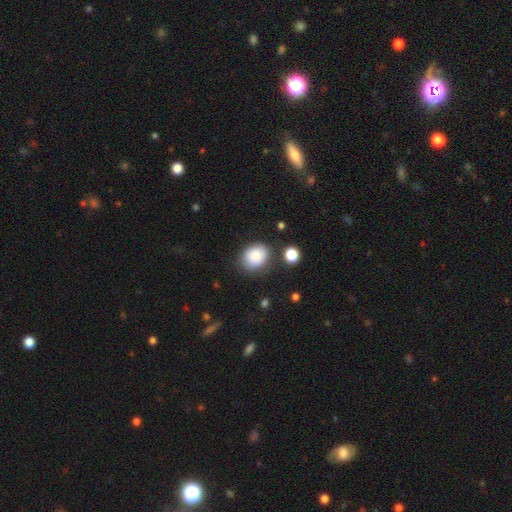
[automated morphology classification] smooth 81%, featured or disk 10%, star or artifact 9%. Down the decision tree: how rounded — round (56%); merging — none (77%).